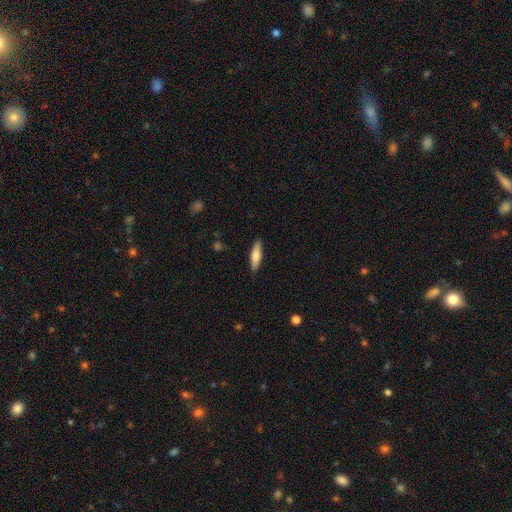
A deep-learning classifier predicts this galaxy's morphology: This appears to be a smooth galaxy with no disk features (67%) that is cigar-shaped (69%). Merging: none (87%).